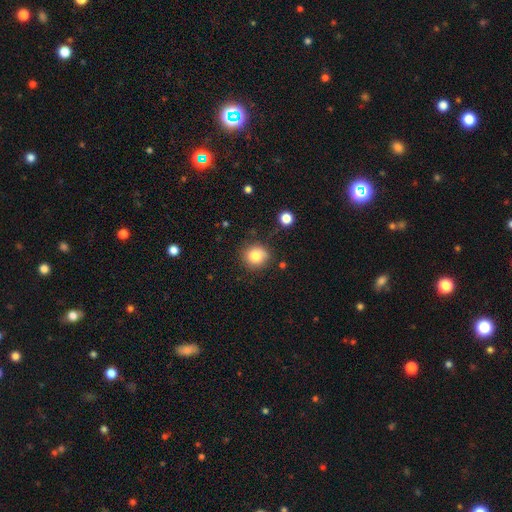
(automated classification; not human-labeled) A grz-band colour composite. It shows a smooth galaxy with no disk features (82%) that is round (87%). Merging: none (82%).